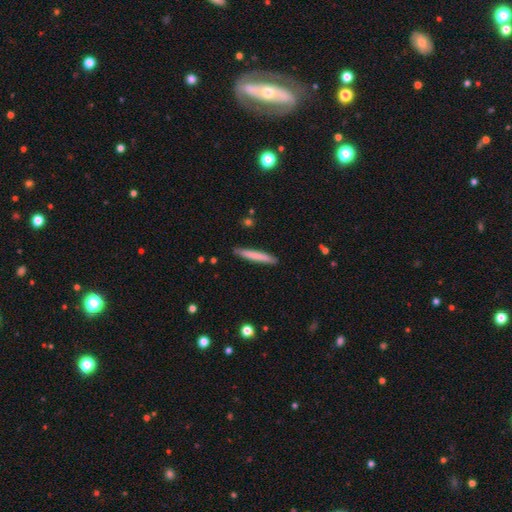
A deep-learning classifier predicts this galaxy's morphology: Smooth or featured? smooth (74%)
How rounded? cigar-shaped (96%)
Merging? none (89%)